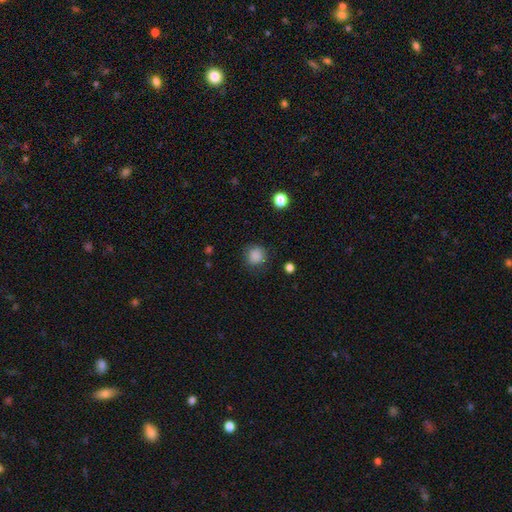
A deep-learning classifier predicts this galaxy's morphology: Overall: smooth (85%). How rounded: round (88%). Merging: none (80%).